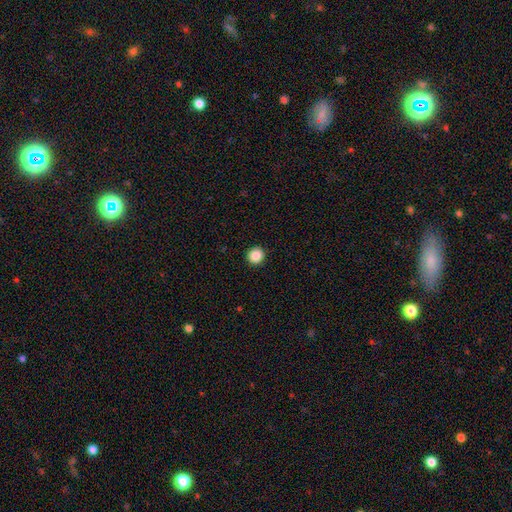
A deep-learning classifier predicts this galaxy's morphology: A smooth galaxy with no disk features (88%) that is round (94%). Merging: none (93%).